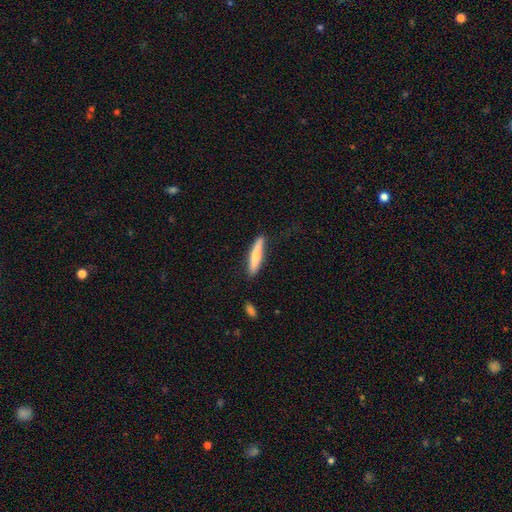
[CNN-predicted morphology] A smooth galaxy with no disk features (72%) that is cigar-shaped (89%).

Vote fractions:
- Smooth or featured? smooth: 72% / featured or disk: 23% / star or artifact: 5%
- How rounded? cigar-shaped: 89% / in between: 10% / round: 1%
- Merging? none: 79% / minor disturbance: 16% / major disturbance: 3% / merger: 3%